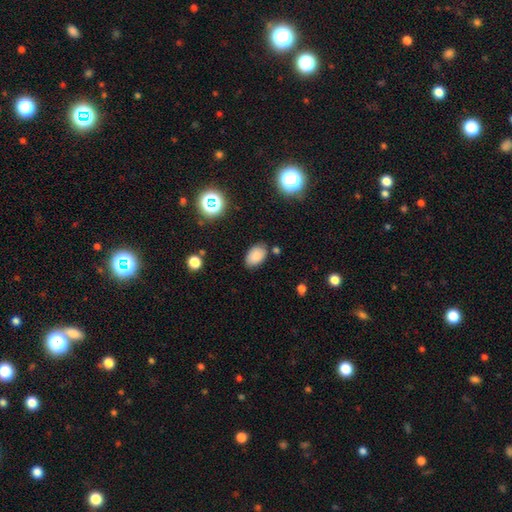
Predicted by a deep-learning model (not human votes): smooth 83%, star or artifact 11%, featured or disk 6%. Down the decision tree: how rounded — in between (89%); merging — none (79%).